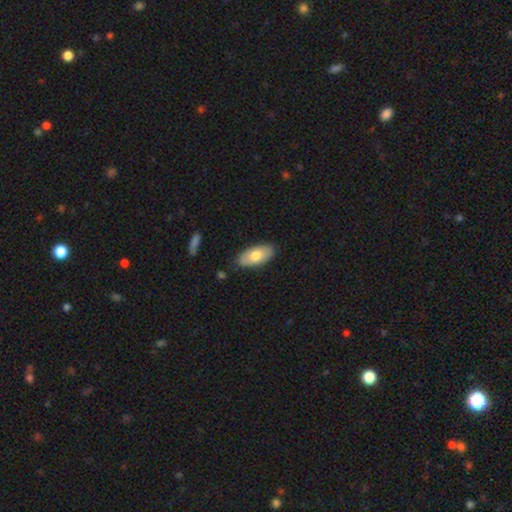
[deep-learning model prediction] smooth-or-featured: smooth: 70% | featured or disk: 24% | star or artifact: 5%
  how-rounded: in between: 92% | cigar-shaped: 6% | round: 2%
  merging: none: 84% | minor disturbance: 12% | major disturbance: 2% | merger: 2%